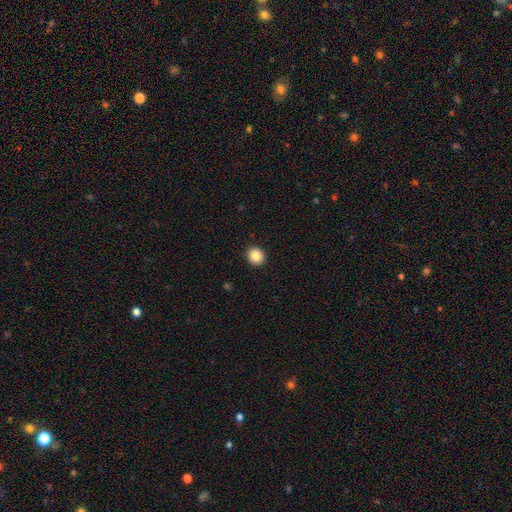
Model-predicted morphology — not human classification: The model was most divided on "smooth or featured": smooth: 86%, star or artifact: 9%, featured or disk: 5%. More confident: merging — none (93%); how rounded — round (89%).